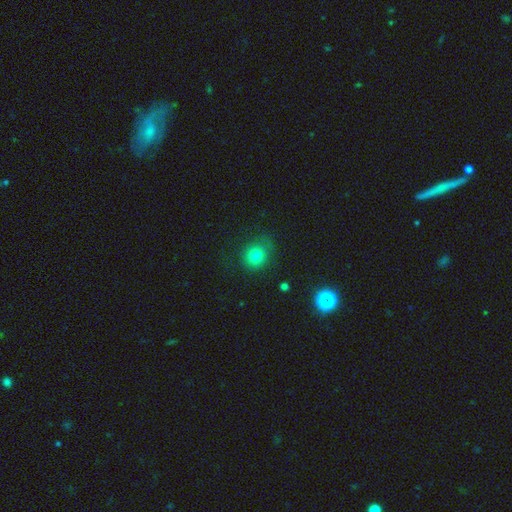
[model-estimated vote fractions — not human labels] smooth_or_featured: smooth (p=0.77) [alt: star or artifact p=0.14]
how_rounded: round (p=0.84) [alt: in between p=0.15]
merging: none (p=0.77) [alt: minor disturbance p=0.15]